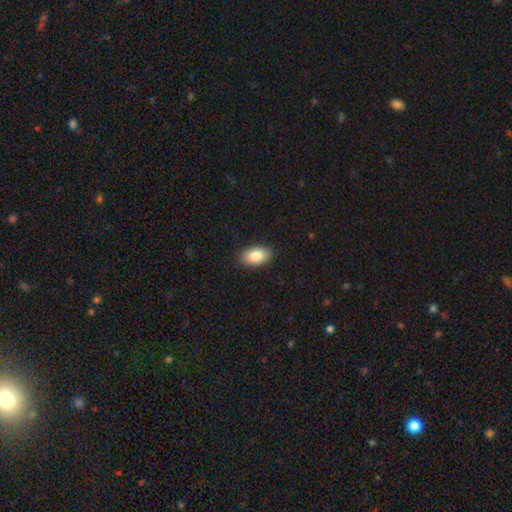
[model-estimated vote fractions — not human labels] Smooth or featured?
  - smooth: 88% *
  - star or artifact: 6%
  - featured or disk: 6%
How rounded?
  - in between: 93% *
  - round: 5%
  - cigar-shaped: 2%
Merging?
  - none: 88% *
  - minor disturbance: 9%
  - major disturbance: 2%
  - merger: 1%